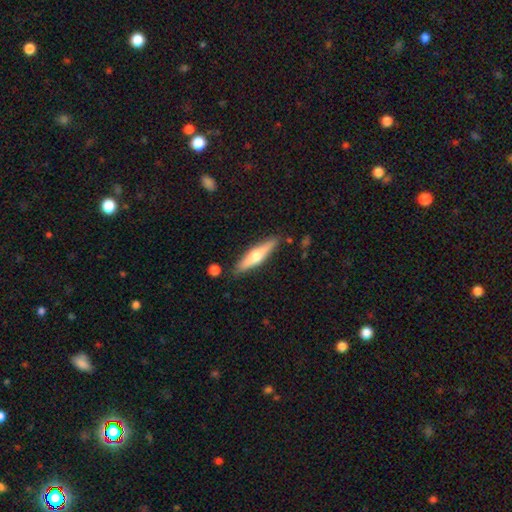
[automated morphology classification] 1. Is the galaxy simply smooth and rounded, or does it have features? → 51% featured or disk, 44% smooth, 5% star or artifact.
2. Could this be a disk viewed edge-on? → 94% yes, 6% no.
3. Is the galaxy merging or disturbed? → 86% none, 10% minor disturbance, 2% merger, 2% major disturbance.